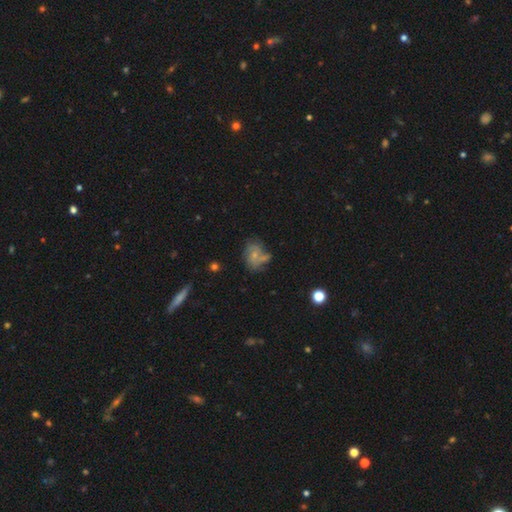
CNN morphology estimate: Smooth or featured? Predicted: featured or disk (p=0.50). Merging? Predicted: none (p=0.46).